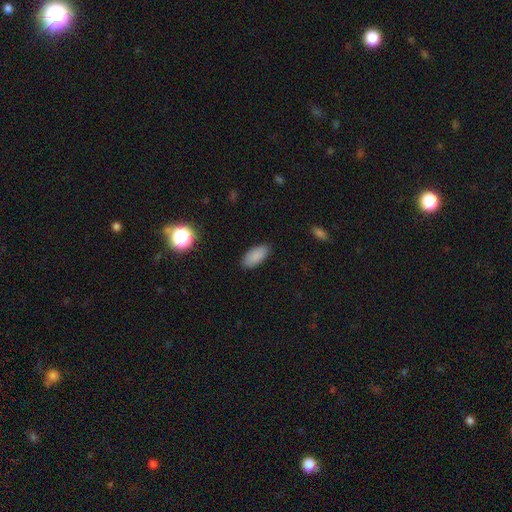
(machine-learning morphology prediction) Smooth or featured? smooth (87%)
How rounded? in between (90%)
Merging? none (86%)